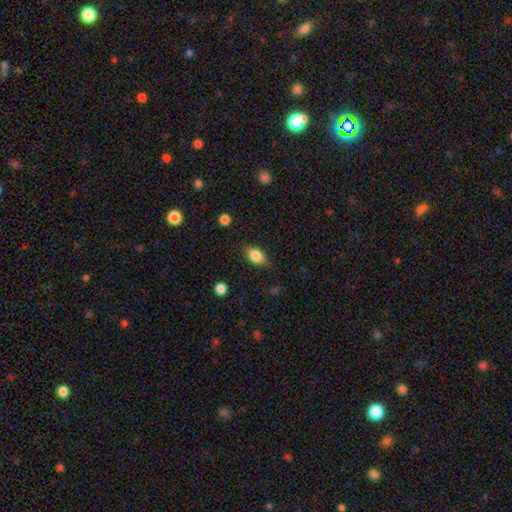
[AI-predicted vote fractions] Smooth or featured: smooth — 80% (featured or disk — 12%)
How rounded: in between — 83% (round — 13%)
Merging: none — 76% (minor disturbance — 18%)